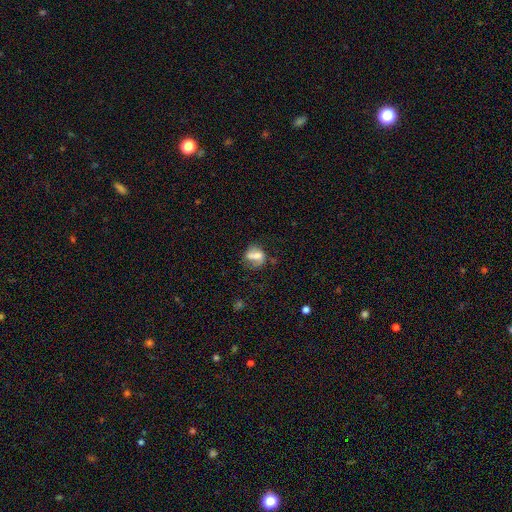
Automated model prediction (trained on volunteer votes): A smooth galaxy with no disk features (51%) that is in between round and cigar-shaped (49%).

Vote fractions:
- Smooth or featured? smooth: 51% / featured or disk: 38% / star or artifact: 11%
- How rounded? in between: 49% / round: 47% / cigar-shaped: 4%
- Merging? none: 43% / minor disturbance: 23% / merger: 18% / major disturbance: 17%